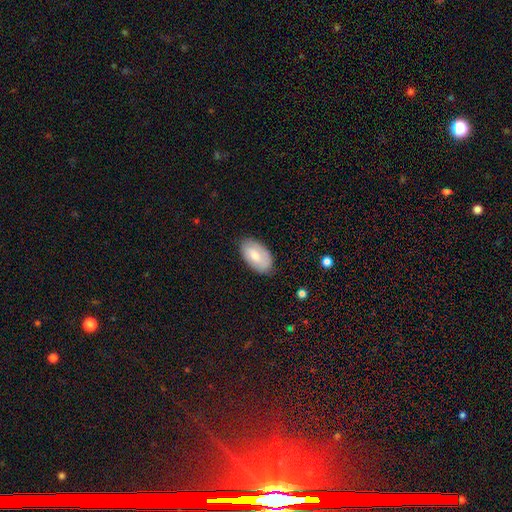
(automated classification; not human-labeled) smooth-or-featured: smooth: 73% | featured or disk: 21% | star or artifact: 6%
  how-rounded: in between: 95% | round: 4% | cigar-shaped: 2%
  merging: none: 79% | minor disturbance: 16% | major disturbance: 3% | merger: 1%